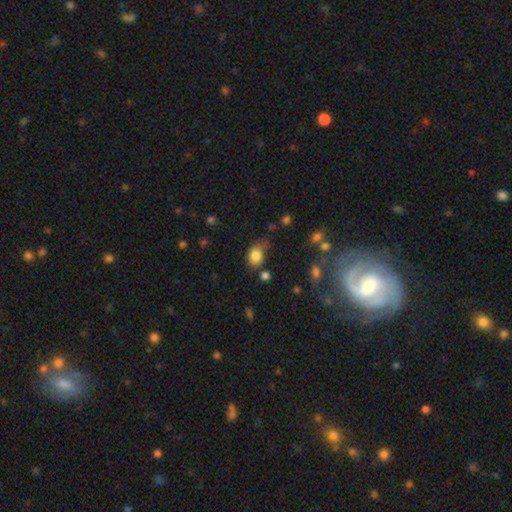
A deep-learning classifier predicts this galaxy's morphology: Q: Smooth or featured?
A: smooth (82%); runner-up: star or artifact (10%)
Q: How rounded?
A: in between (56%); runner-up: round (43%)
Q: Merging?
A: none (48%); runner-up: minor disturbance (32%)